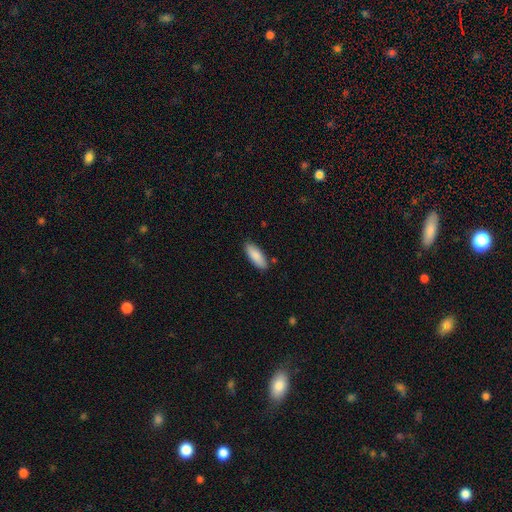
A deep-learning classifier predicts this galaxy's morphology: Smooth or featured? smooth (88%)
How rounded? in between (68%)
Merging? none (85%)